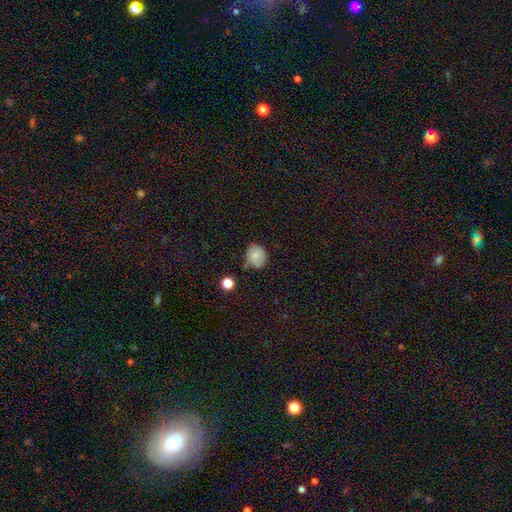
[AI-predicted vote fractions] Morphology: type=smooth (78%); roundness=round (61%); merging=none (67%).